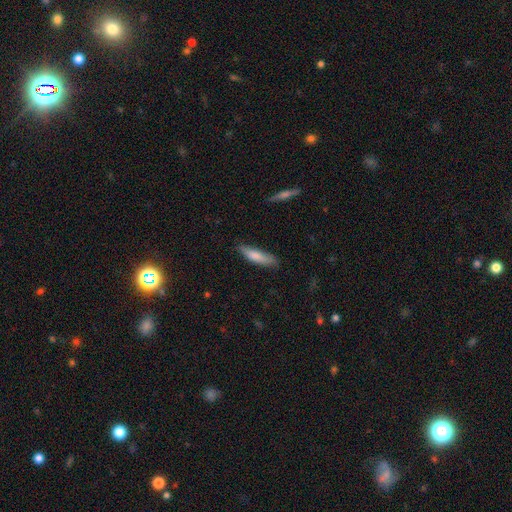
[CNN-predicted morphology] Smooth or featured: smooth — 79% (featured or disk — 15%)
How rounded: cigar-shaped — 71% (in between — 28%)
Merging: none — 77% (minor disturbance — 18%)